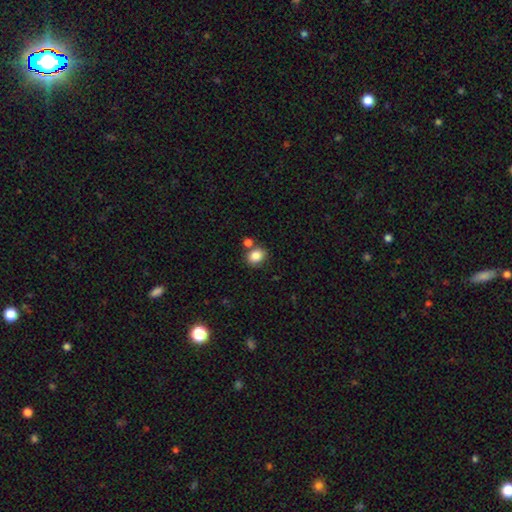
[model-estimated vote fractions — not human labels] Smooth or featured: smooth — 85% (star or artifact — 10%)
How rounded: round — 55% (in between — 44%)
Merging: none — 69% (merger — 17%)